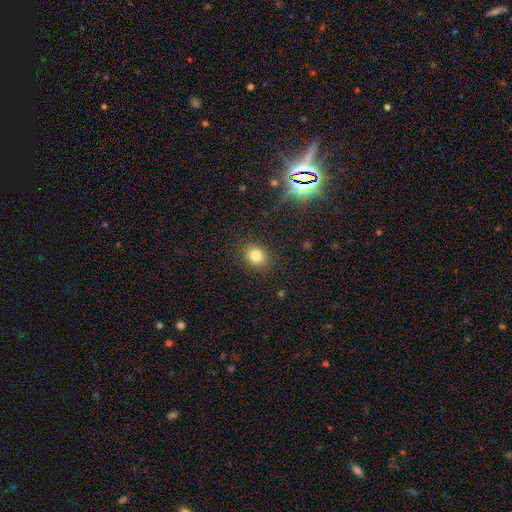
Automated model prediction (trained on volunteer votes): A smooth galaxy with no disk features (80%) that is round (56%). Merging: none (88%).